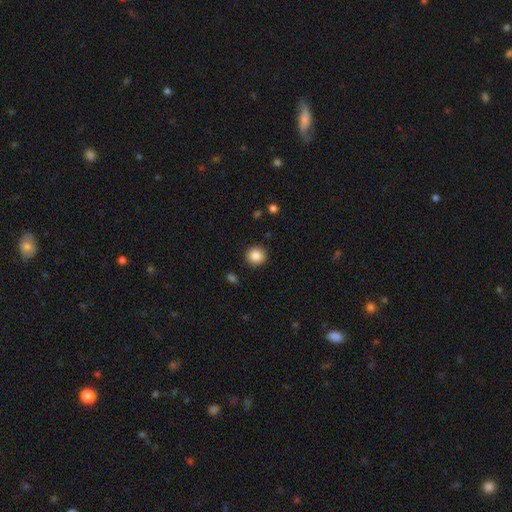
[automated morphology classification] This appears to be a smooth galaxy with no disk features (86%) that is round (93%). Merging: none (92%).